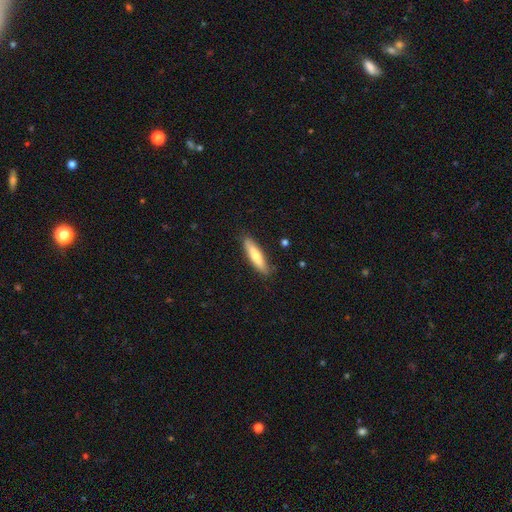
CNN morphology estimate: type=smooth (70%); roundness=cigar-shaped (77%); merging=none (85%).